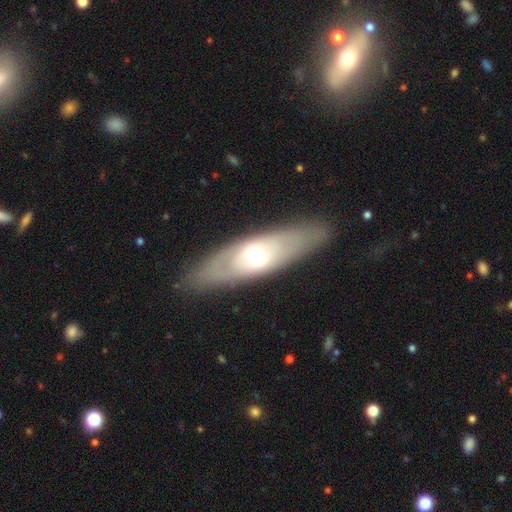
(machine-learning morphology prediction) Q: Smooth or featured?
A: featured or disk (53%); runner-up: smooth (40%)
Q: Edge-on disk?
A: no (68%); runner-up: yes (32%)
Q: Merging?
A: none (84%); runner-up: minor disturbance (10%)